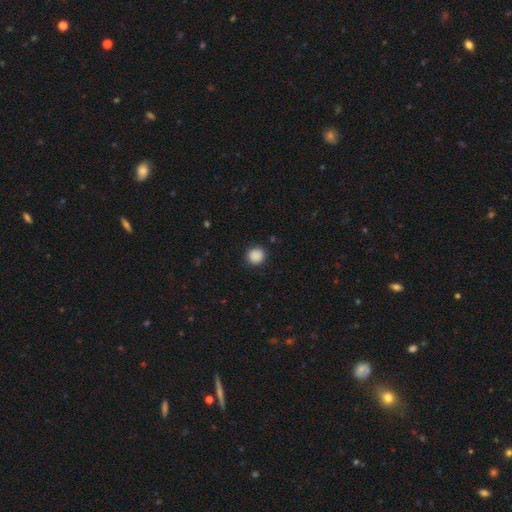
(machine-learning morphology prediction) smooth-or-featured: smooth: 88% | star or artifact: 9% | featured or disk: 3%
  how-rounded: round: 90% | in between: 9% | cigar-shaped: 1%
  merging: none: 89% | minor disturbance: 8% | major disturbance: 2% | merger: 1%